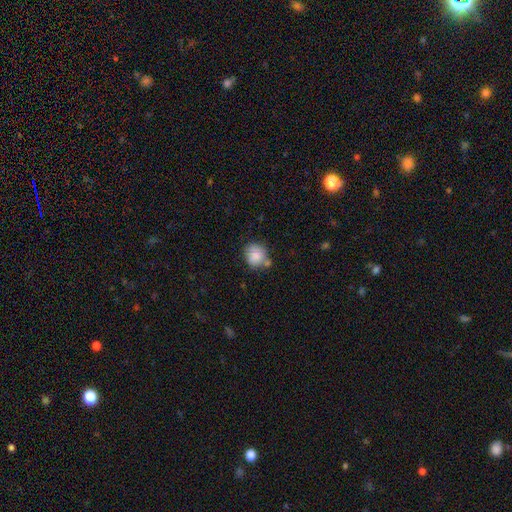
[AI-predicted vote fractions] A smooth galaxy with no disk features (83%) that is round (78%).

Vote fractions:
- Smooth or featured? smooth: 83% / featured or disk: 9% / star or artifact: 8%
- How rounded? round: 78% / in between: 21% / cigar-shaped: 1%
- Merging? none: 60% / minor disturbance: 21% / merger: 14% / major disturbance: 5%